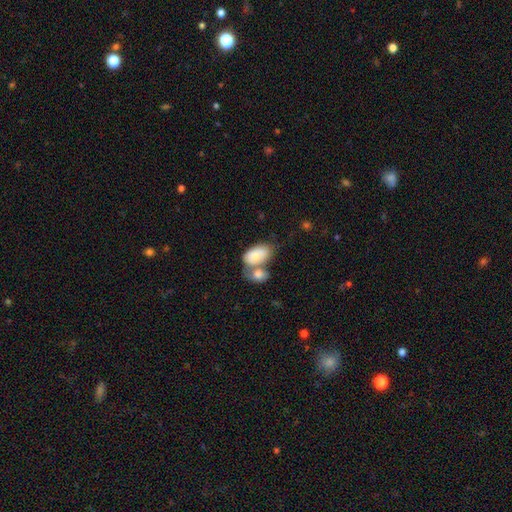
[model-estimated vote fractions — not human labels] Smooth or featured?
  - smooth: 77% *
  - featured or disk: 17%
  - star or artifact: 6%
How rounded?
  - in between: 92% *
  - round: 7%
  - cigar-shaped: 2%
Merging?
  - merger: 60% *
  - none: 23%
  - minor disturbance: 11%
  - major disturbance: 6%